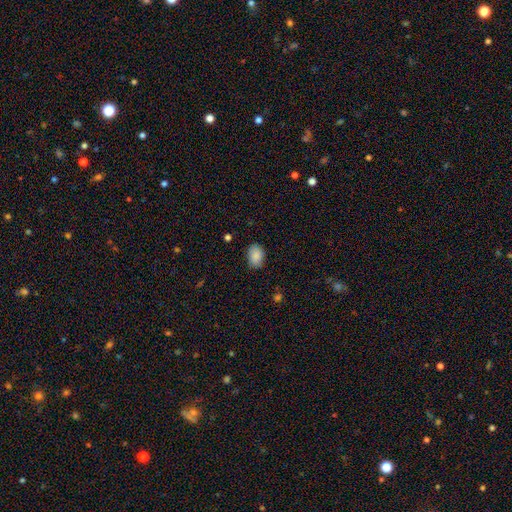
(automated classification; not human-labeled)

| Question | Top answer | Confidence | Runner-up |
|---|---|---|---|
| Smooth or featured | smooth | 88% | star or artifact (7%) |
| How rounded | in between | 83% | round (16%) |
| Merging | none | 80% | minor disturbance (16%) |